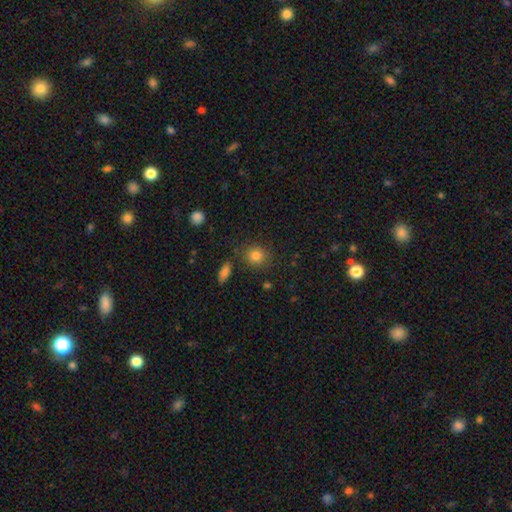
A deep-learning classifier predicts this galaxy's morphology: smooth-or-featured: smooth: 82% | star or artifact: 11% | featured or disk: 7%
  how-rounded: round: 82% | in between: 17% | cigar-shaped: 1%
  merging: none: 84% | minor disturbance: 10% | merger: 3% | major disturbance: 3%